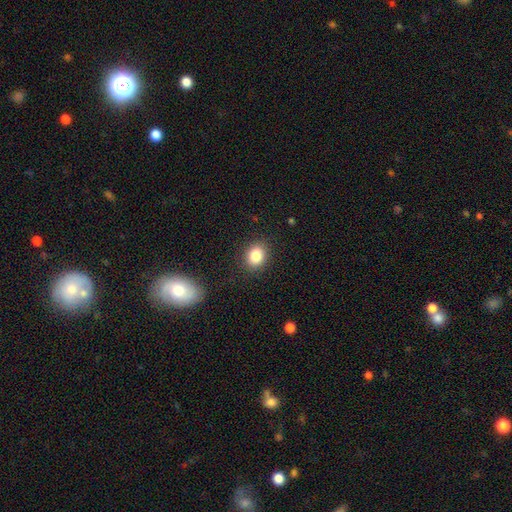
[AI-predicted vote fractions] Overall: smooth (84%). How rounded: round (54%; in between 45%). Merging: none (87%).